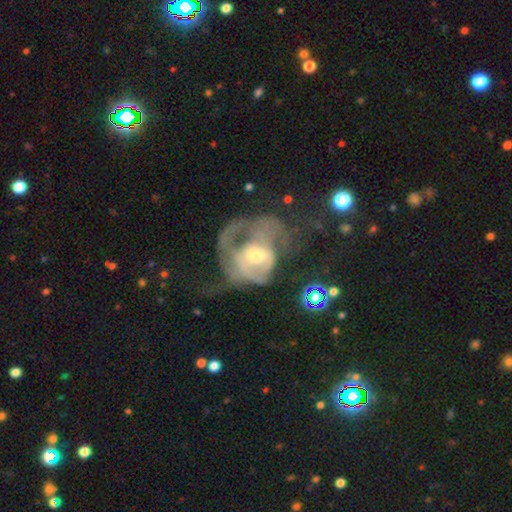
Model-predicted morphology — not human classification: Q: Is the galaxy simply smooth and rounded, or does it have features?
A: featured or disk — 69%.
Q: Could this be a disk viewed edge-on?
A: no — 97%.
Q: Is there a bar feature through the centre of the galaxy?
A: no — 66%.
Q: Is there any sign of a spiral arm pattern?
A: yes — 52%.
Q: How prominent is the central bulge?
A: moderate — 59%.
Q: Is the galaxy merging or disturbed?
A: major disturbance — 59%.